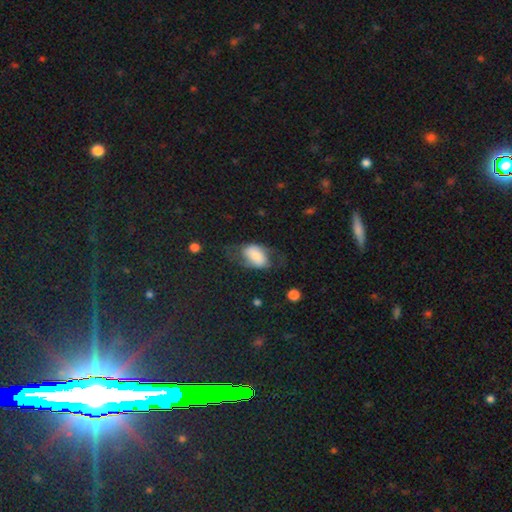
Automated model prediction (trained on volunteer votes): This appears to be a smooth galaxy with no disk features (50%) that is in between round and cigar-shaped (84%). Merging: none (51%).